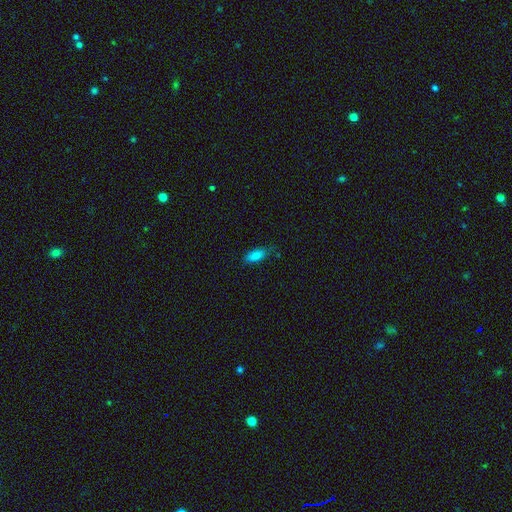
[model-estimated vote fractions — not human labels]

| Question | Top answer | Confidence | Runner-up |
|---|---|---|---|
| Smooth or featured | smooth | 85% | star or artifact (9%) |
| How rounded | in between | 81% | cigar-shaped (17%) |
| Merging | none | 69% | minor disturbance (24%) |